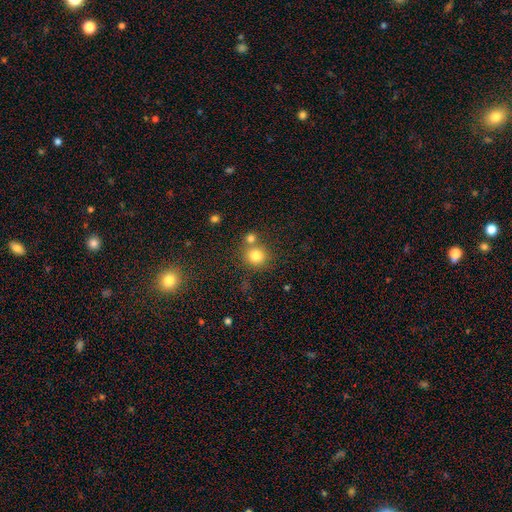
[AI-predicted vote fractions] This is likely a smooth galaxy (79%). How rounded: clearly round (87%). Merging: likely none (62%).